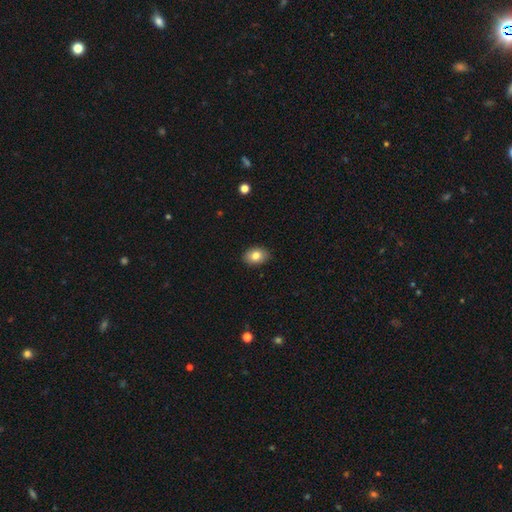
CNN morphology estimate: Smooth or featured?
  - smooth: 83% *
  - featured or disk: 9%
  - star or artifact: 8%
How rounded?
  - in between: 78% *
  - round: 21%
  - cigar-shaped: 1%
Merging?
  - none: 89% *
  - minor disturbance: 9%
  - major disturbance: 2%
  - merger: 1%